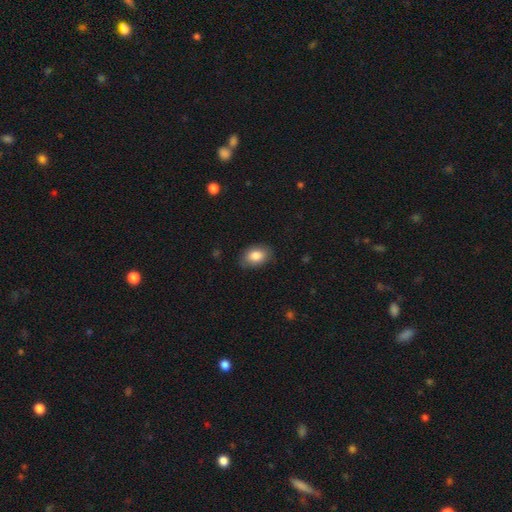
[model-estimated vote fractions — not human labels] This appears to be a smooth galaxy with no disk features (84%) that is in between round and cigar-shaped (84%). Merging: none (83%).